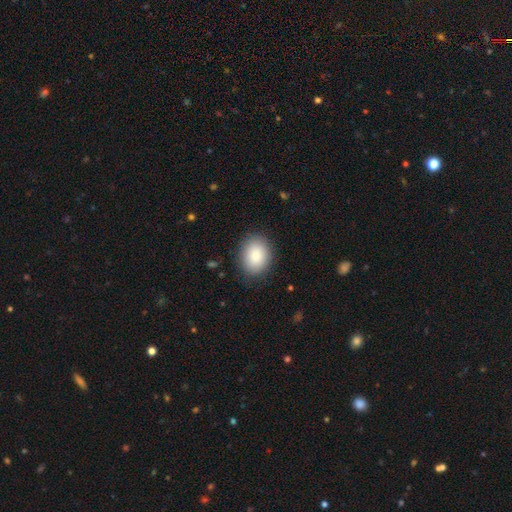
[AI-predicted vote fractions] smooth 87%, star or artifact 7%, featured or disk 6%. Down the decision tree: how rounded — in between (63%); merging — none (86%).